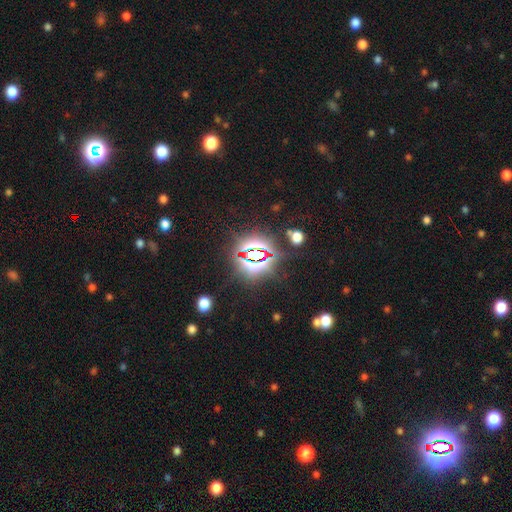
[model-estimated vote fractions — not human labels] smooth-or-featured: star or artifact: 80% | smooth: 12% | featured or disk: 8%